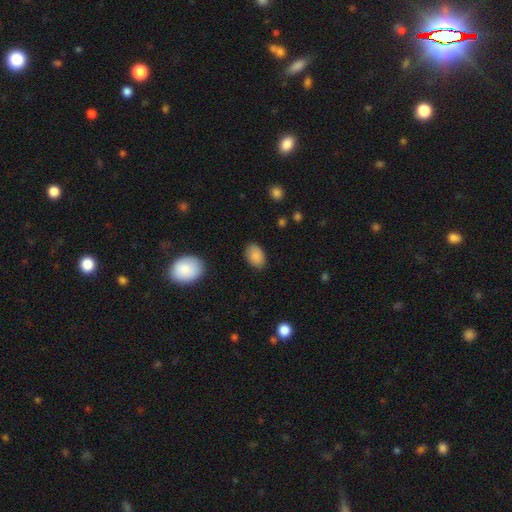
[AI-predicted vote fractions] Smooth or featured? smooth (87%)
How rounded? in between (85%)
Merging? none (86%)